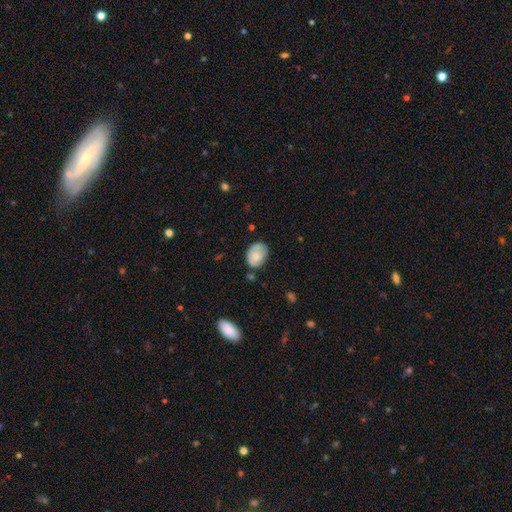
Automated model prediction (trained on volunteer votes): Smooth or featured? smooth (71%)
How rounded? in between (75%)
Merging? none (63%)